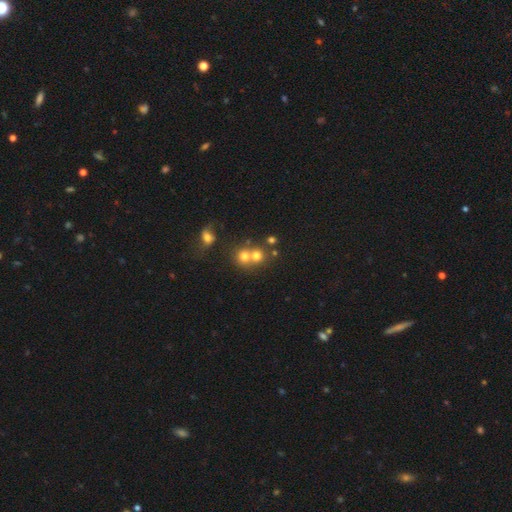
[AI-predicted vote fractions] Smooth or featured? smooth (70%)
How rounded? round (84%)
Merging? merger (49%)